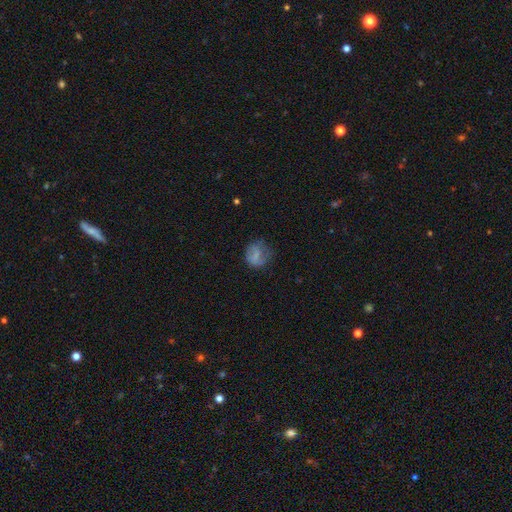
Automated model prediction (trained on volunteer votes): A smooth galaxy with no disk features (65%) that is round (71%). Merging: none (53%).